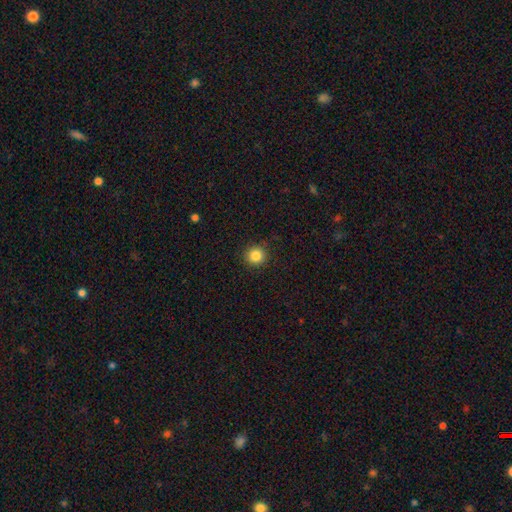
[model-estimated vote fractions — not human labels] Smooth or featured? Predicted: smooth (p=0.84). How rounded? Predicted: round (p=0.94). Merging? Predicted: none (p=0.91).